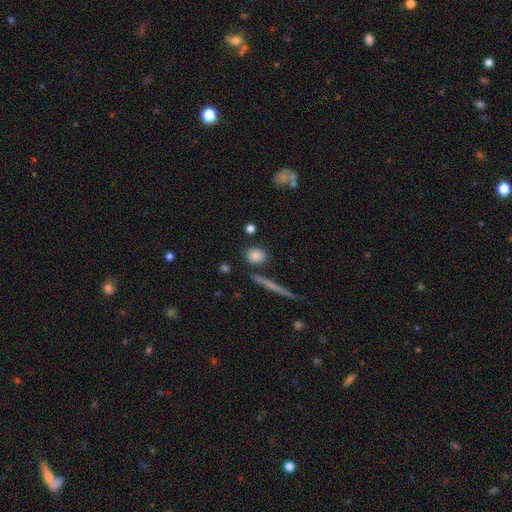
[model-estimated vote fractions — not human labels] A smooth galaxy with no disk features (84%) that is round (69%).

Vote fractions:
- Smooth or featured? smooth: 84% / star or artifact: 9% / featured or disk: 7%
- How rounded? round: 69% / in between: 26% / cigar-shaped: 6%
- Merging? none: 80% / minor disturbance: 10% / merger: 7% / major disturbance: 3%